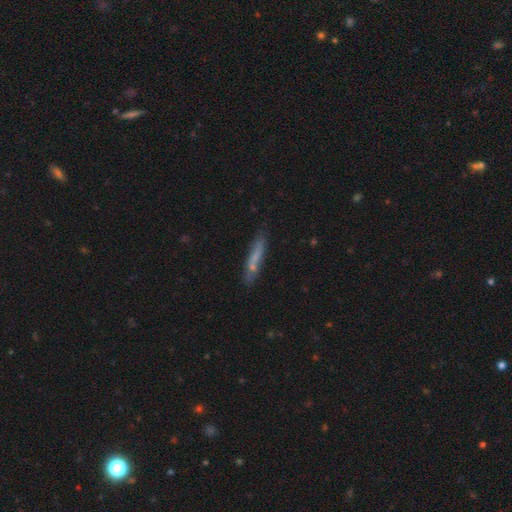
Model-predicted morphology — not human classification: smooth 61%, featured or disk 31%, star or artifact 9%. Down the decision tree: how rounded — cigar-shaped (89%); merging — none (73%).